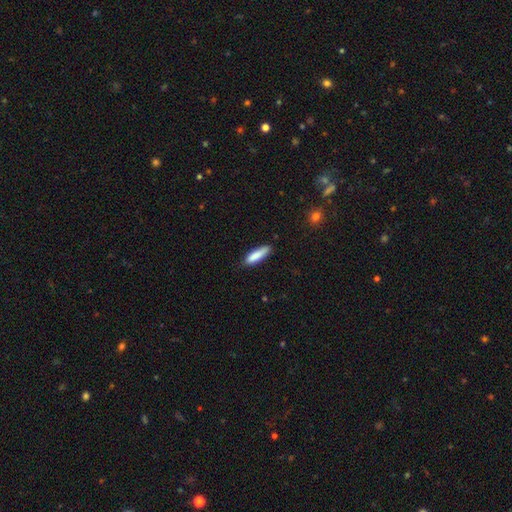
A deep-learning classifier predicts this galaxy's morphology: smooth-or-featured: smooth: 84% | featured or disk: 10% | star or artifact: 6%
  how-rounded: cigar-shaped: 70% | in between: 29% | round: 1%
  merging: none: 78% | minor disturbance: 17% | major disturbance: 3% | merger: 2%